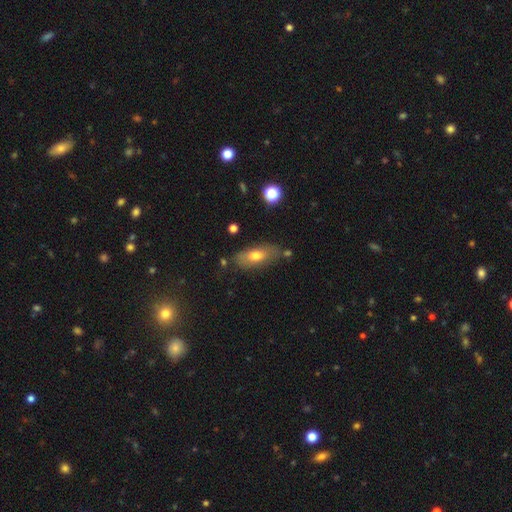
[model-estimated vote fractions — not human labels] smooth 65%, featured or disk 27%, star or artifact 8%. Down the decision tree: how rounded — in between (76%); merging — none (69%).